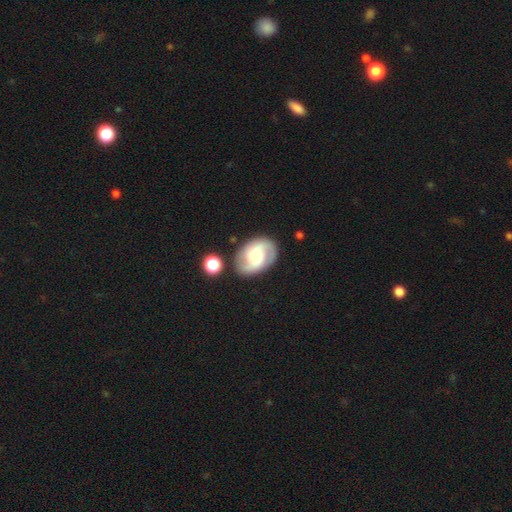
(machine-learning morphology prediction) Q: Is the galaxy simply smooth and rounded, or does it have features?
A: featured or disk — 74%.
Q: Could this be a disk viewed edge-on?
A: no — 97%.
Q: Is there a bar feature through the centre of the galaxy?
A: weak — 45%.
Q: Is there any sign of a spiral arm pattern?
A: yes — 93%.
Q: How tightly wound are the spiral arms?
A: medium — 49%.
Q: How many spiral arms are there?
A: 2 — 85%.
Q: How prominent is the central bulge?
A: moderate — 42%.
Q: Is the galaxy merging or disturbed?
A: none — 78%.